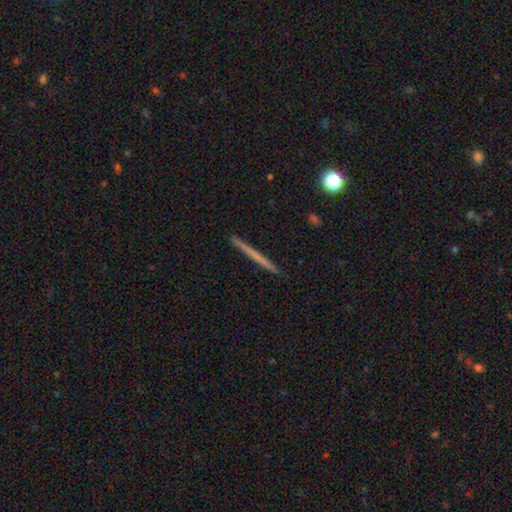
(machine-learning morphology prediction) Q: Smooth or featured?
A: smooth (51%); runner-up: featured or disk (43%)
Q: How rounded?
A: cigar-shaped (97%); runner-up: round (2%)
Q: Merging?
A: none (93%); runner-up: minor disturbance (5%)